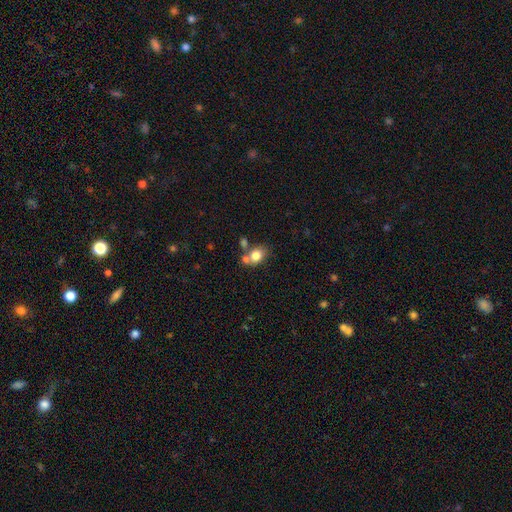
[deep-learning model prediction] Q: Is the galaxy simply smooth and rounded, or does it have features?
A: smooth — 79%.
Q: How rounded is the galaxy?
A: in between — 53%.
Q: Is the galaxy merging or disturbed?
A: none — 51%.